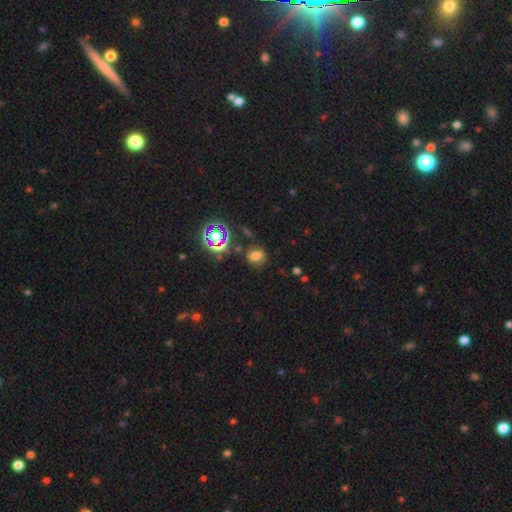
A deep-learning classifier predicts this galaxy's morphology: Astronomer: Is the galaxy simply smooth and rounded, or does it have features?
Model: smooth — 62%.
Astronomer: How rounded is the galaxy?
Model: round — 51% (runner-up: in between, 47%).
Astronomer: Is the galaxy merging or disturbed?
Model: none — 74%.